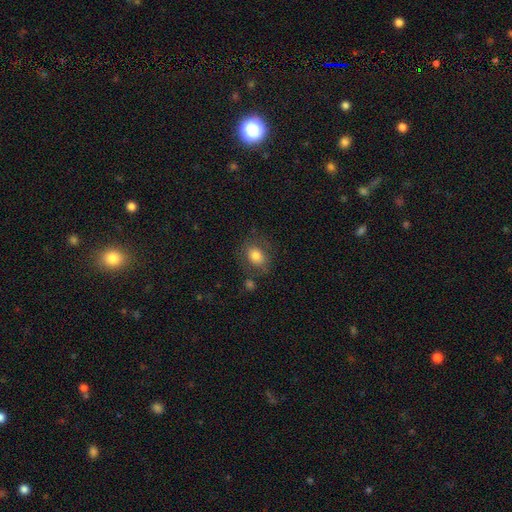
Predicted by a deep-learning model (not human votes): This appears to be a smooth galaxy with no disk features (78%) that is in between round and cigar-shaped (62%). Merging: none (71%).